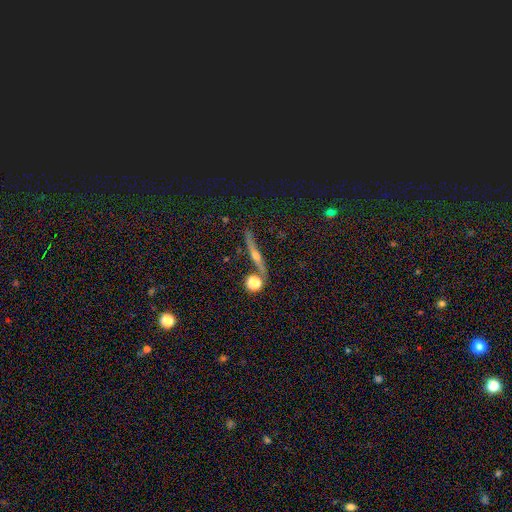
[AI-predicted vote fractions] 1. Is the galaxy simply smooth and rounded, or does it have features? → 61% featured or disk, 22% smooth, 17% star or artifact.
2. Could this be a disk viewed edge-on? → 92% yes, 8% no.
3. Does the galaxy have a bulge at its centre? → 86% rounded, 8% none, 6% boxy.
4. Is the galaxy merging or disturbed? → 81% none, 10% minor disturbance, 6% merger, 4% major disturbance.